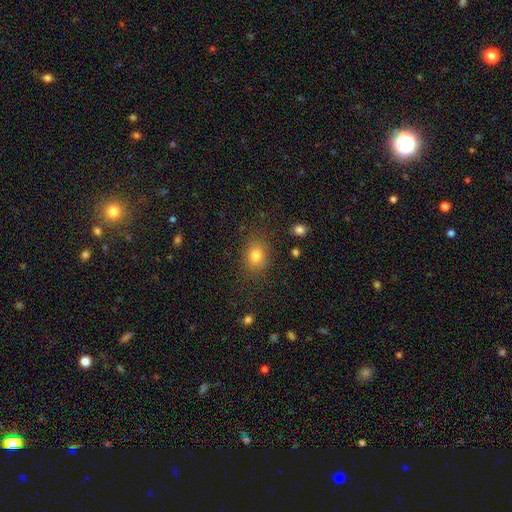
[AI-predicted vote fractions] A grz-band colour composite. It shows a smooth galaxy with no disk features (80%) that is in between round and cigar-shaped (51%). Merging: none (83%).